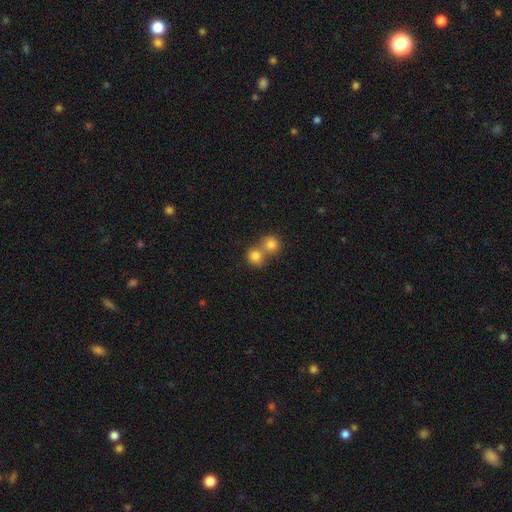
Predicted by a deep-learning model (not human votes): Smooth or featured? smooth (81%)
How rounded? round (83%)
Merging? merger (54%)